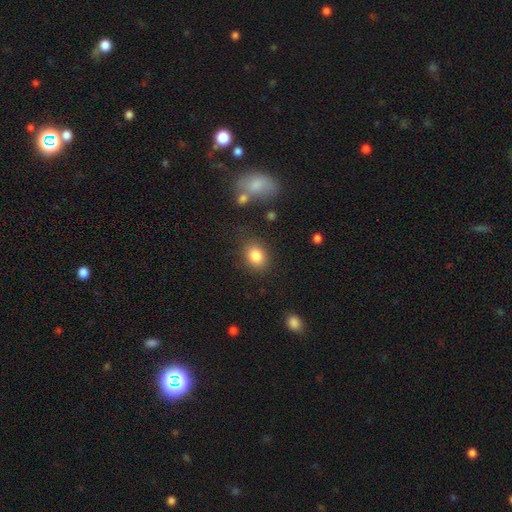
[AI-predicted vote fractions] The model was most divided on "how rounded": in between: 59%, round: 40%, cigar-shaped: 1%. More confident: smooth or featured — smooth (85%); merging — none (82%).